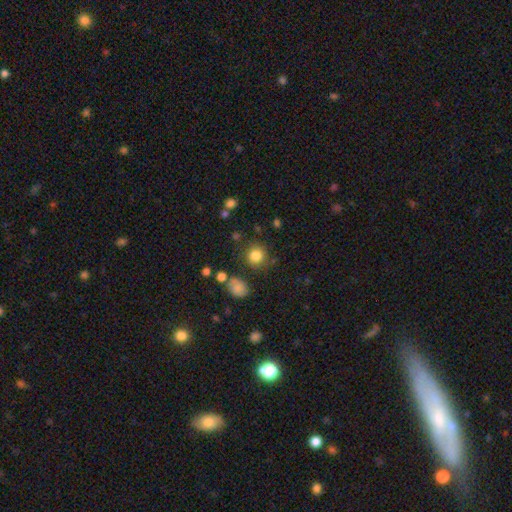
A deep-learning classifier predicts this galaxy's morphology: smooth-or-featured: smooth: 83% | star or artifact: 12% | featured or disk: 6%
  how-rounded: round: 90% | in between: 9% | cigar-shaped: 1%
  merging: none: 82% | minor disturbance: 10% | merger: 4% | major disturbance: 4%